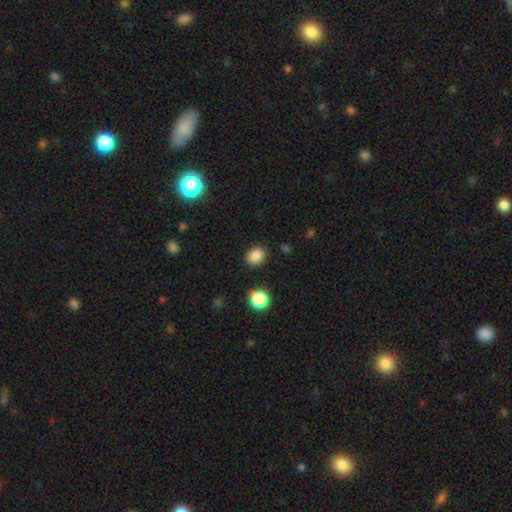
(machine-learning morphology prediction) smooth 85%, star or artifact 11%, featured or disk 4%. Down the decision tree: how rounded — in between (55%); merging — none (86%).